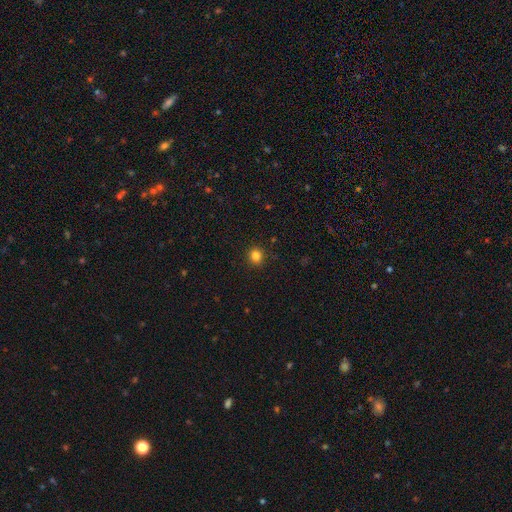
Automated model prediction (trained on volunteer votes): Smooth or featured: smooth — 83% (star or artifact — 13%)
How rounded: round — 89% (in between — 10%)
Merging: none — 92% (minor disturbance — 6%)